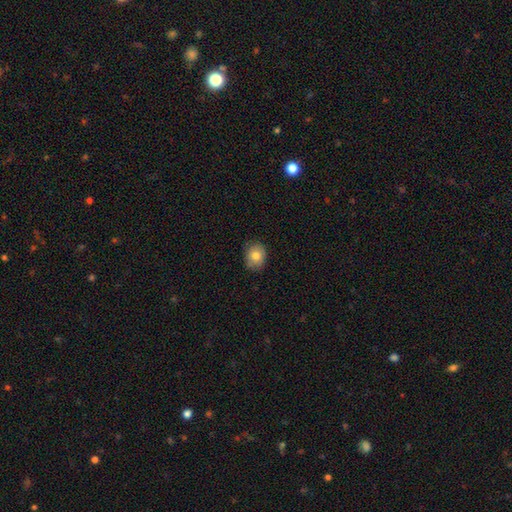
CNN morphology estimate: A smooth galaxy with no disk features (81%) that is round (58%).

Vote fractions:
- Smooth or featured? smooth: 81% / featured or disk: 11% / star or artifact: 9%
- How rounded? round: 58% / in between: 41% / cigar-shaped: 1%
- Merging? none: 83% / minor disturbance: 14% / major disturbance: 2% / merger: 1%